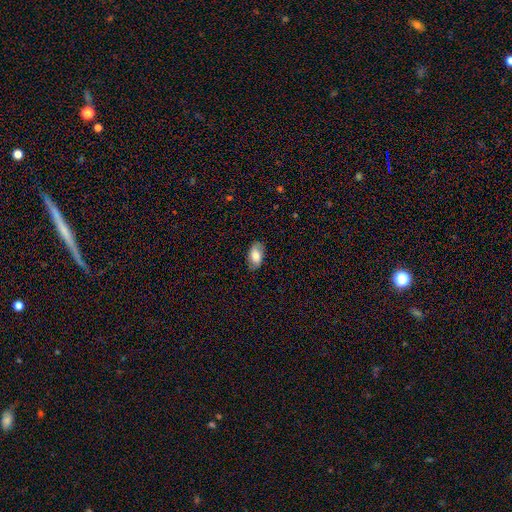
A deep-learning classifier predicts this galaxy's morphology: smooth_or_featured: smooth (p=0.69) [alt: featured or disk p=0.24]
how_rounded: in between (p=0.92) [alt: round p=0.05]
merging: none (p=0.82) [alt: minor disturbance p=0.14]